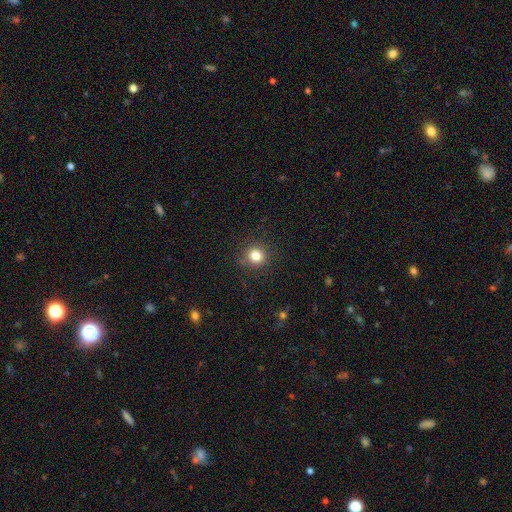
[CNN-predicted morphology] Smooth or featured: smooth — 82% (star or artifact — 13%)
How rounded: round — 92% (in between — 7%)
Merging: none — 89% (minor disturbance — 7%)